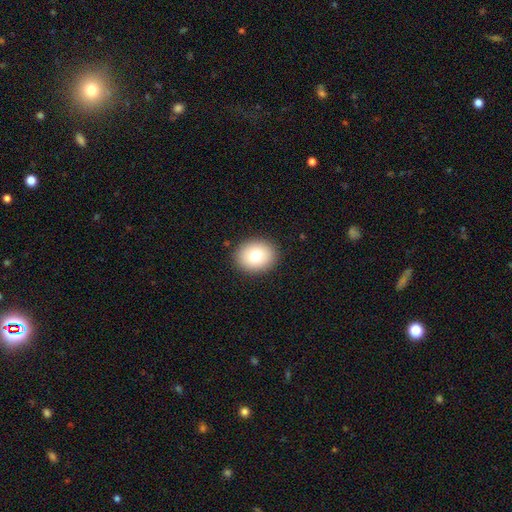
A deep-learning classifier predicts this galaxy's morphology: Smooth or featured: smooth — 78% (featured or disk — 12%)
How rounded: round — 56% (in between — 43%)
Merging: none — 90% (minor disturbance — 7%)